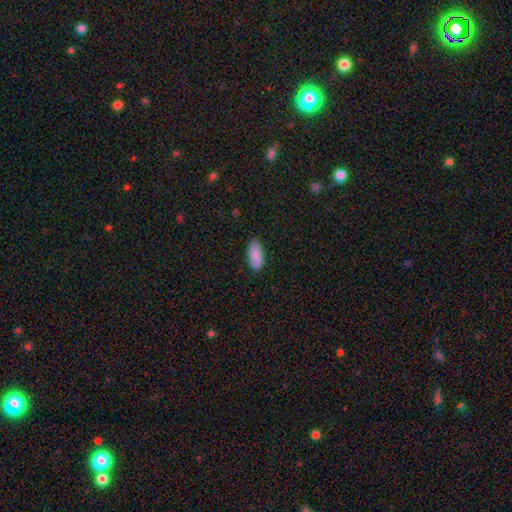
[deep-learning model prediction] Smooth or featured?
  - smooth: 90% *
  - star or artifact: 6%
  - featured or disk: 4%
How rounded?
  - in between: 88% *
  - cigar-shaped: 10%
  - round: 2%
Merging?
  - none: 83% *
  - minor disturbance: 13%
  - major disturbance: 2%
  - merger: 1%